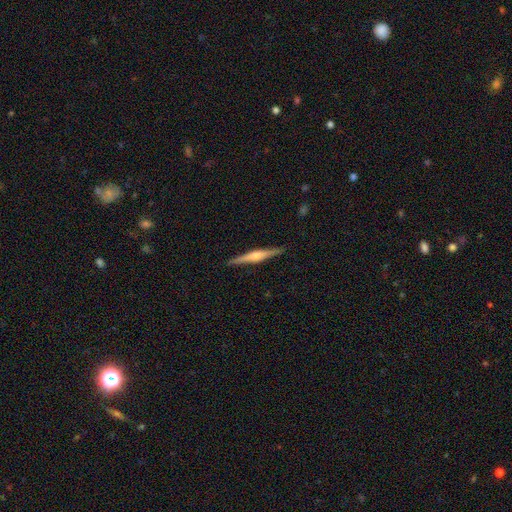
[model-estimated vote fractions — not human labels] Q: Smooth or featured?
A: featured or disk (68%); runner-up: smooth (26%)
Q: Edge-on disk?
A: yes (98%); runner-up: no (2%)
Q: Edge-on bulge?
A: rounded (72%); runner-up: boxy (18%)
Q: Merging?
A: none (91%); runner-up: minor disturbance (7%)